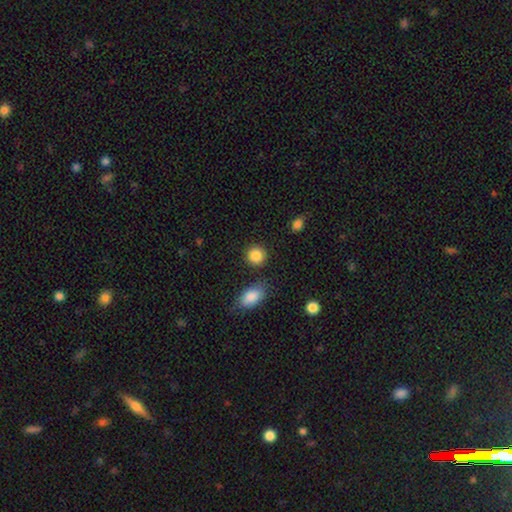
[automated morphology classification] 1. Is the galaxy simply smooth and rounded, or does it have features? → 88% smooth, 8% star or artifact, 4% featured or disk.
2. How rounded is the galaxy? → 88% round, 11% in between, 1% cigar-shaped.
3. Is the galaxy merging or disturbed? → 86% none, 8% minor disturbance, 4% merger, 3% major disturbance.